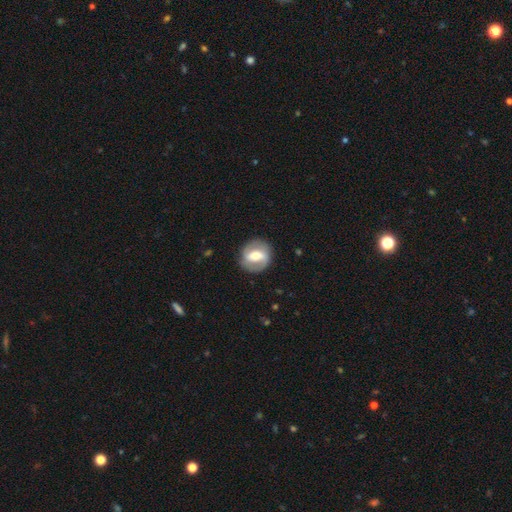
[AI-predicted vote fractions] featured or disk 71%, smooth 24%, star or artifact 5%. Down the decision tree: edge-on disk — no (96%); bar — strong (53%); spiral arms — yes (73%); bulge size — moderate (62%); merging — none (85%).